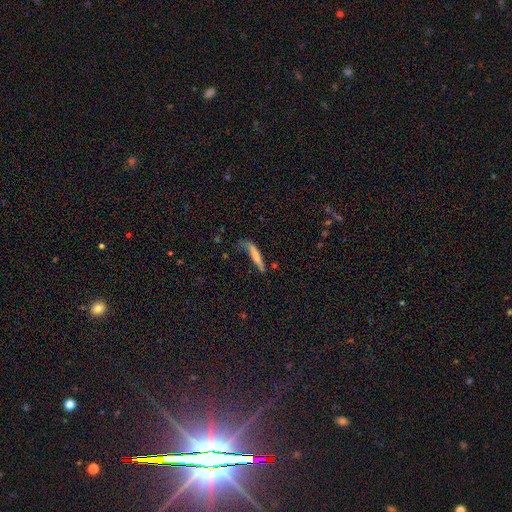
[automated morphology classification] Smooth or featured?
  - smooth: 63% *
  - featured or disk: 29%
  - star or artifact: 8%
How rounded?
  - cigar-shaped: 87% *
  - in between: 11%
  - round: 2%
Merging?
  - none: 42% *
  - minor disturbance: 27%
  - major disturbance: 24%
  - merger: 7%